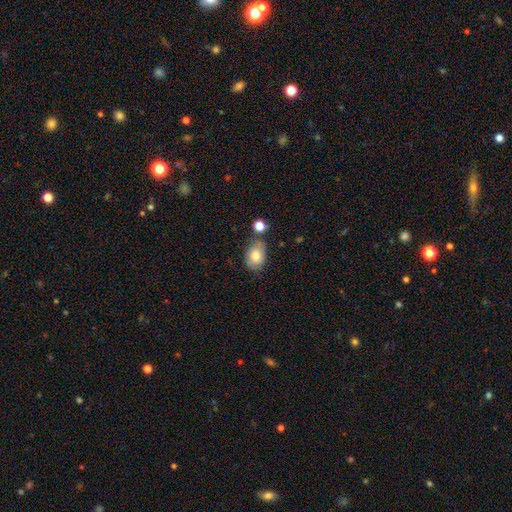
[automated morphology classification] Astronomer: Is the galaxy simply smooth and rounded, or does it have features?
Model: smooth — 75%.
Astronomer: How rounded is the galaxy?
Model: in between — 72%.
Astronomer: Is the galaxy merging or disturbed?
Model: none — 62%.